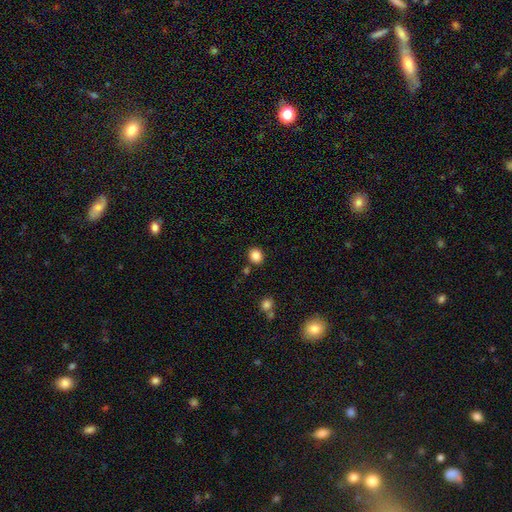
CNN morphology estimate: A smooth galaxy with no disk features (86%) that is round (74%). Merging: none (84%).